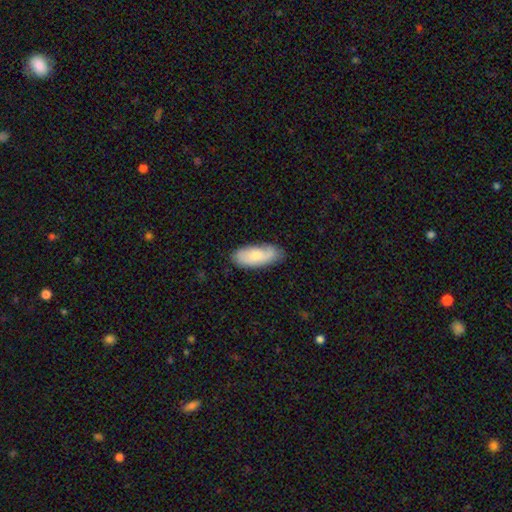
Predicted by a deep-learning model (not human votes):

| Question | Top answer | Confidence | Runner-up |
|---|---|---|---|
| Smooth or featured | smooth | 68% | featured or disk (26%) |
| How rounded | in between | 83% | cigar-shaped (15%) |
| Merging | none | 72% | minor disturbance (22%) |